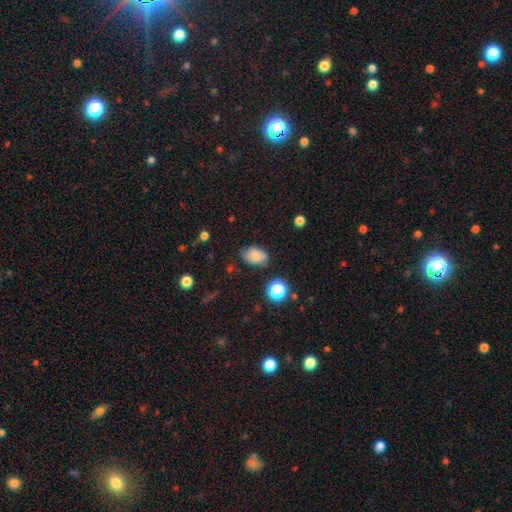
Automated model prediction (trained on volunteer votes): Smooth or featured?
  - smooth: 67% *
  - featured or disk: 21%
  - star or artifact: 12%
How rounded?
  - in between: 84% *
  - round: 15%
  - cigar-shaped: 2%
Merging?
  - none: 67% *
  - minor disturbance: 24%
  - major disturbance: 6%
  - merger: 3%